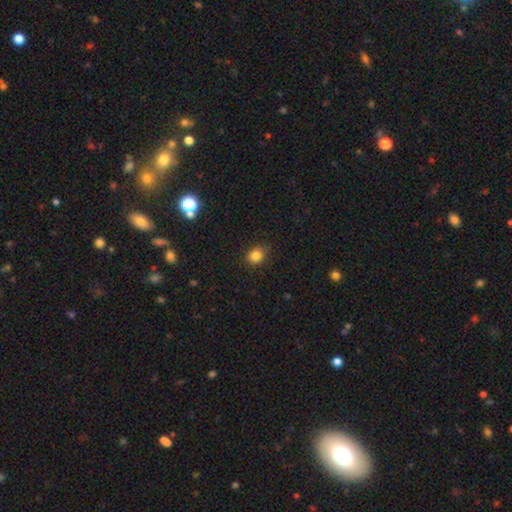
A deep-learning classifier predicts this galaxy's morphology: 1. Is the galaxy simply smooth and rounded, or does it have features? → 83% smooth, 13% star or artifact, 5% featured or disk.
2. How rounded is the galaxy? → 73% round, 26% in between, 1% cigar-shaped.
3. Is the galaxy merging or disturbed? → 83% none, 13% minor disturbance, 3% major disturbance, 1% merger.